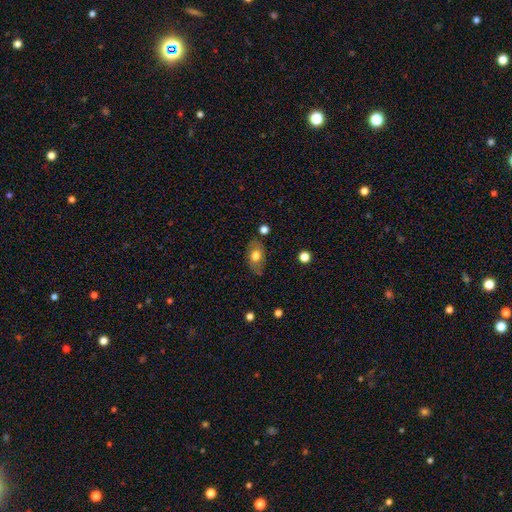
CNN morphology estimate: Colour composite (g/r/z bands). It shows a smooth galaxy with no disk features (68%) that is in between round and cigar-shaped (86%). Merging: none (77%).